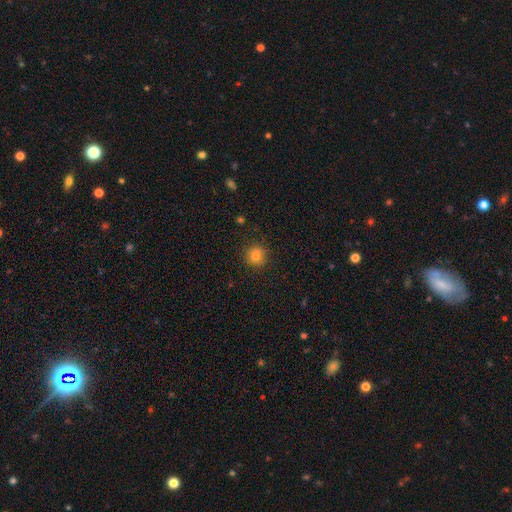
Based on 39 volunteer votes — smooth-or-featured: smooth: 79% | featured or disk: 10% | star or artifact: 10%
  how-rounded: round: 90% | in between: 10% | cigar-shaped: 0%
  merging: none: 80% | merger: 11% | minor disturbance: 6% | major disturbance: 3%